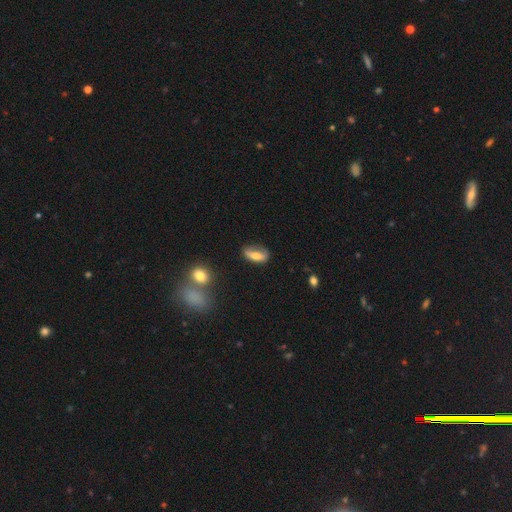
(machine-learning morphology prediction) smooth_or_featured: smooth (p=0.72) [alt: featured or disk p=0.20]
how_rounded: in between (p=0.83) [alt: cigar-shaped p=0.13]
merging: none (p=0.49) [alt: minor disturbance p=0.32]